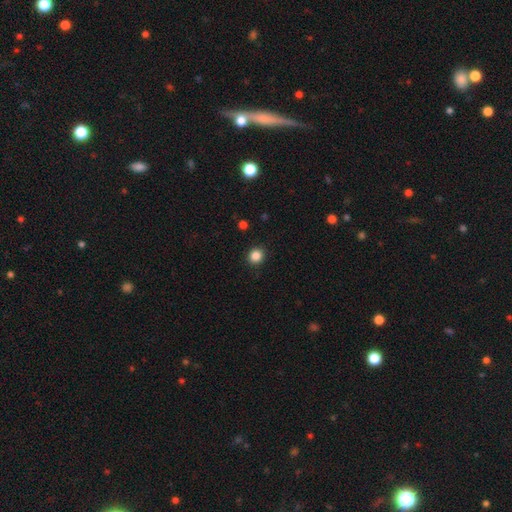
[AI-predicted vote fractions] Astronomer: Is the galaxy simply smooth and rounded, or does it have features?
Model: smooth — 86%.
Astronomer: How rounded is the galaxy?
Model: round — 87%.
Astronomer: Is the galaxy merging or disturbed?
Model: none — 91%.